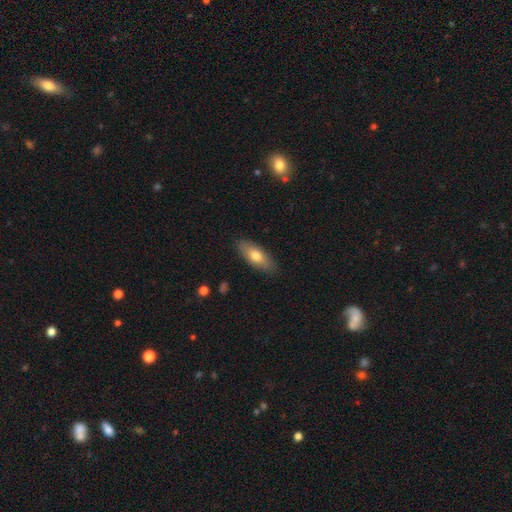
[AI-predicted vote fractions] Morphology: type=smooth (72%); roundness=in between (74%); merging=none (86%).